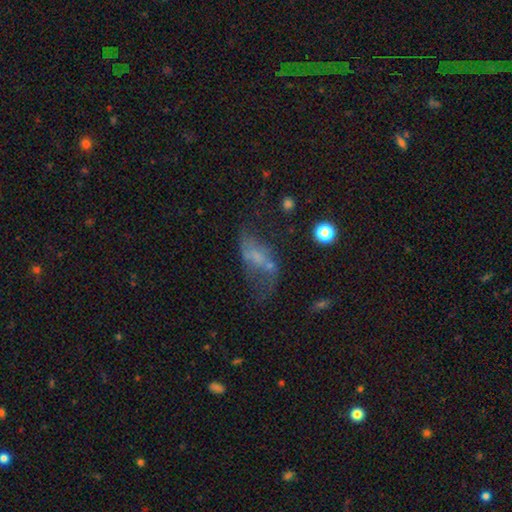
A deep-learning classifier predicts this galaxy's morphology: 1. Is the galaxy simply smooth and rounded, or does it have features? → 48% featured or disk, 38% smooth, 14% star or artifact.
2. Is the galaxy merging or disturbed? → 36% major disturbance, 31% none, 20% minor disturbance, 13% merger.